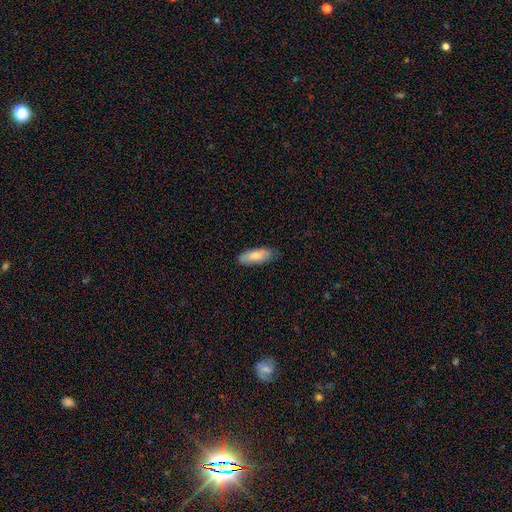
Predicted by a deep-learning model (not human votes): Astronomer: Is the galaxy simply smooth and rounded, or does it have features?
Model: smooth — 80%.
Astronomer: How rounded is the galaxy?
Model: in between — 74%.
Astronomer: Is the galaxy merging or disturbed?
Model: none — 81%.